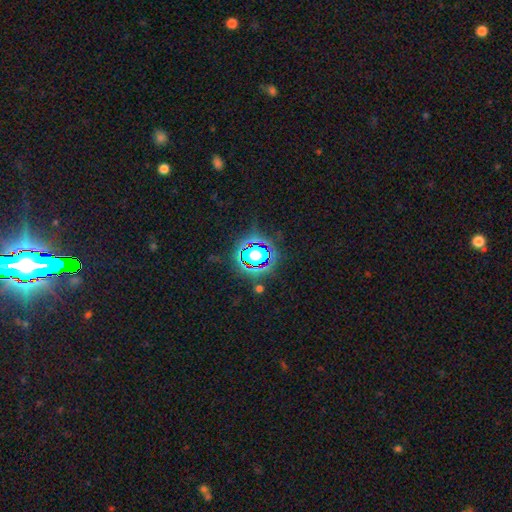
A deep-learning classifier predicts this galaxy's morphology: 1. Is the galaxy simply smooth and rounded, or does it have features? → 82% star or artifact, 11% smooth, 7% featured or disk.